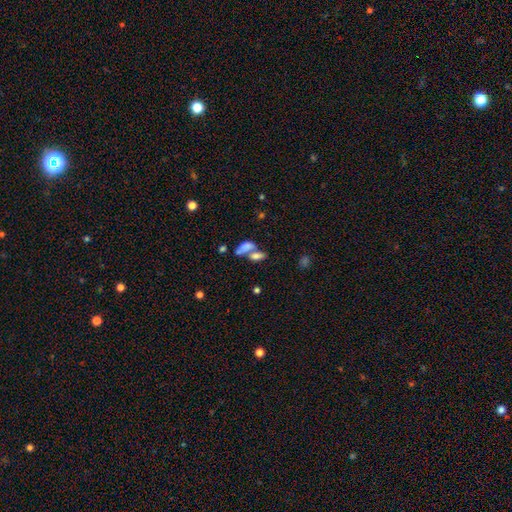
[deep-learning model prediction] smooth-or-featured: smooth: 70% | featured or disk: 20% | star or artifact: 11%
  how-rounded: in between: 79% | cigar-shaped: 15% | round: 6%
  merging: merger: 58% | none: 27% | minor disturbance: 8% | major disturbance: 6%